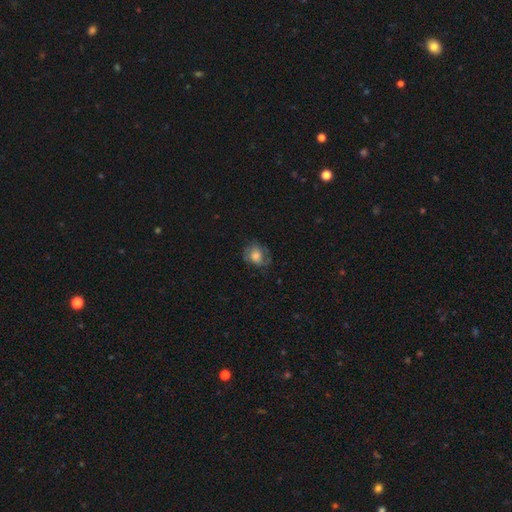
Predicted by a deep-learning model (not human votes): Overall: smooth (54%; featured or disk 37%). How rounded: round (56%; in between 43%). Merging: none (60%; minor disturbance 24%).